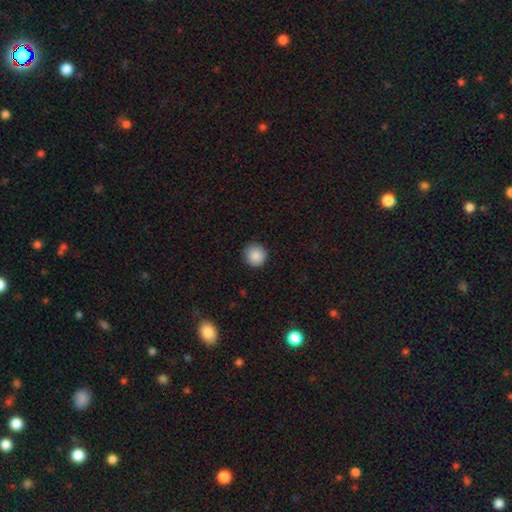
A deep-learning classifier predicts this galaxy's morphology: A smooth galaxy with no disk features (88%) that is round (95%).

Vote fractions:
- Smooth or featured? smooth: 88% / star or artifact: 9% / featured or disk: 3%
- How rounded? round: 95% / in between: 4% / cigar-shaped: 1%
- Merging? none: 91% / minor disturbance: 6% / major disturbance: 2% / merger: 1%